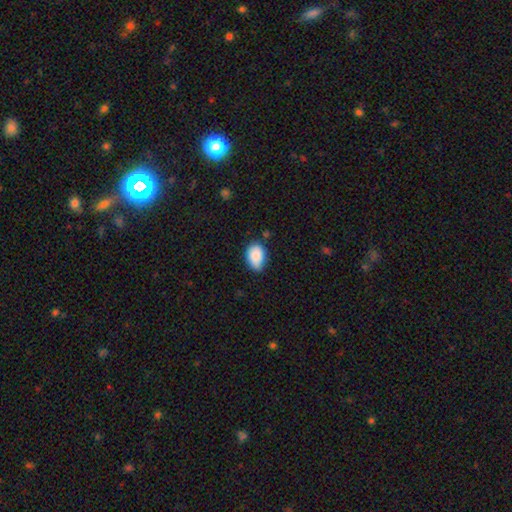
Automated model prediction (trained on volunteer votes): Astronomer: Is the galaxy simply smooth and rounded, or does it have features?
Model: smooth — 88%.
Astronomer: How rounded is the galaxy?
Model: in between — 87%.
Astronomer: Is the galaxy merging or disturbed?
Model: none — 66%.